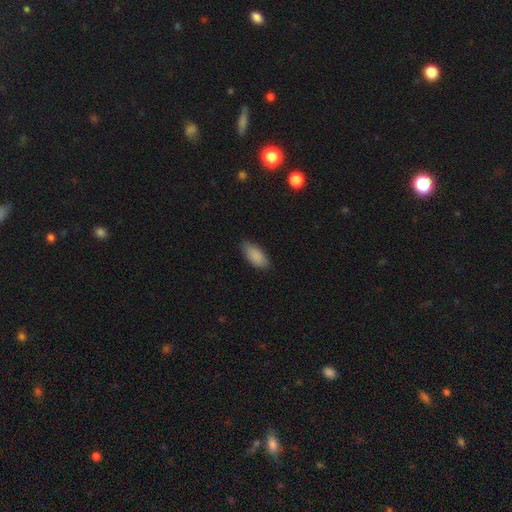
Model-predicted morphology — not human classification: smooth 89%, star or artifact 7%, featured or disk 5%. Down the decision tree: how rounded — in between (89%); merging — none (78%).